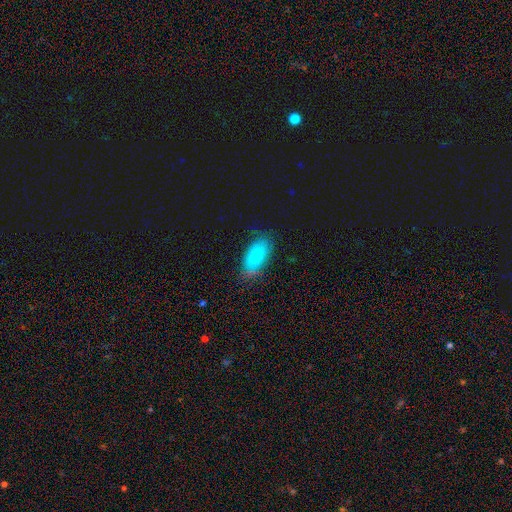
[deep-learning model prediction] smooth-or-featured: smooth: 82% | featured or disk: 9% | star or artifact: 9%
  how-rounded: in between: 90% | cigar-shaped: 7% | round: 3%
  merging: none: 71% | minor disturbance: 21% | major disturbance: 5% | merger: 3%